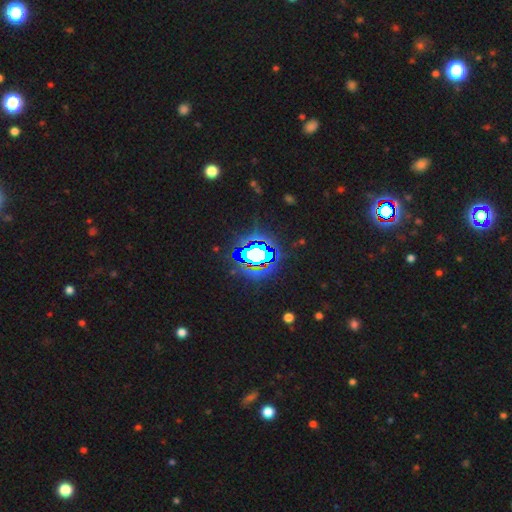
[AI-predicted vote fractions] A star or artifact, not a galaxy (62%).

Vote fractions:
- Smooth or featured? star or artifact: 62% / featured or disk: 23% / smooth: 15%